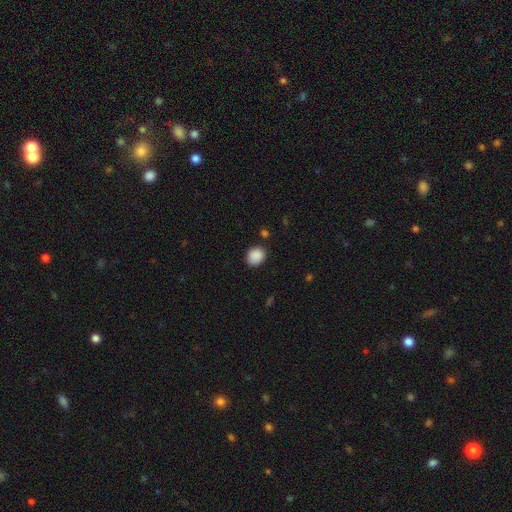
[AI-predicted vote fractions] This appears to be a smooth galaxy with no disk features (89%) that is round (60%). Merging: none (83%).